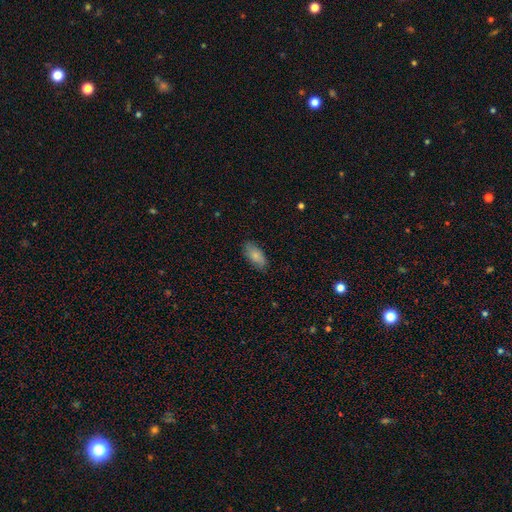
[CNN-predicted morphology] type=smooth (82%); roundness=in between (89%); merging=none (82%).